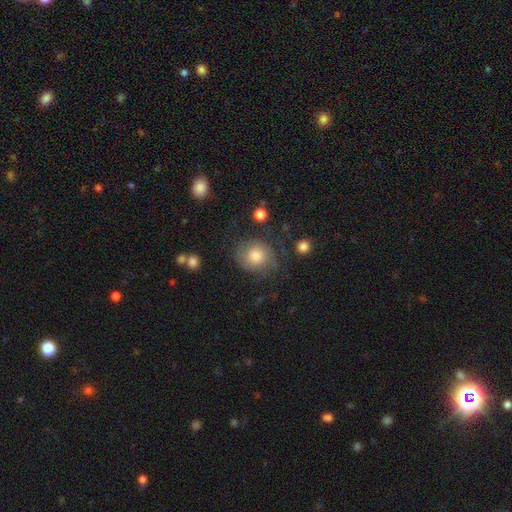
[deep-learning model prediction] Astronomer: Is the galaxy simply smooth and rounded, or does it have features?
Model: smooth — 48% (runner-up: featured or disk, 42%).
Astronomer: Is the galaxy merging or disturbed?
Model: none — 69%.